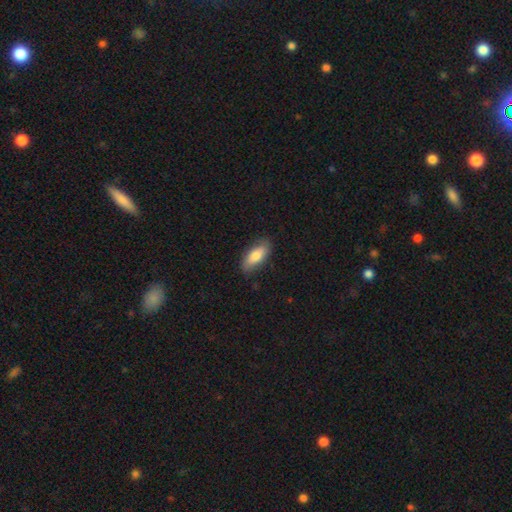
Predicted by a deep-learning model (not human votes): Smooth or featured: smooth — 77% (featured or disk — 17%)
How rounded: in between — 78% (cigar-shaped — 19%)
Merging: none — 82% (minor disturbance — 14%)